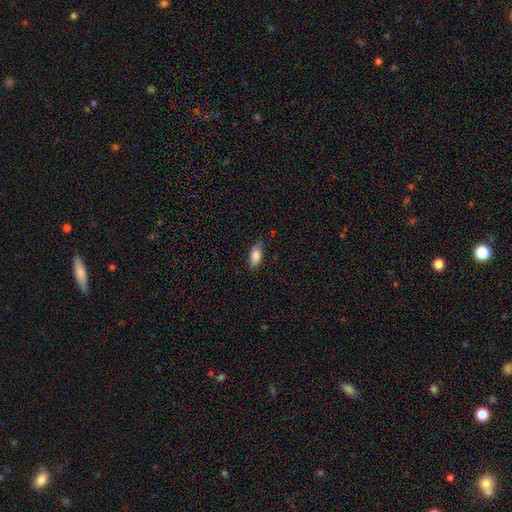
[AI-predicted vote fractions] Smooth or featured: smooth — 84% (featured or disk — 9%)
How rounded: in between — 87% (cigar-shaped — 10%)
Merging: none — 72% (minor disturbance — 22%)